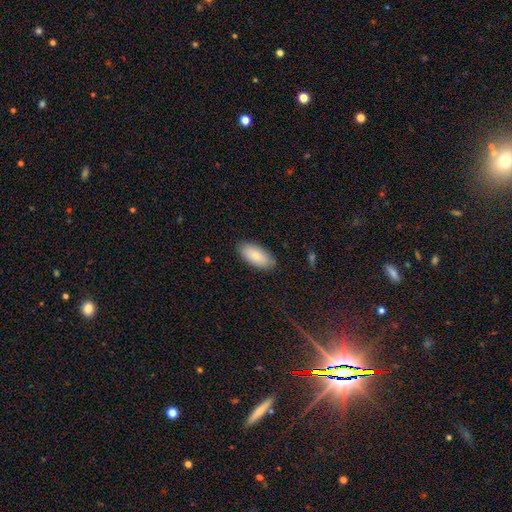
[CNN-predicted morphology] Smooth or featured?
  - smooth: 84% *
  - featured or disk: 10%
  - star or artifact: 6%
How rounded?
  - in between: 92% *
  - cigar-shaped: 6%
  - round: 2%
Merging?
  - none: 85% *
  - minor disturbance: 11%
  - major disturbance: 2%
  - merger: 1%